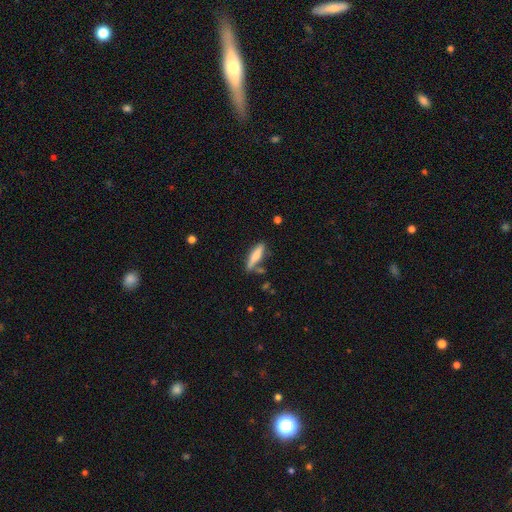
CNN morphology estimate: A smooth galaxy with no disk features (69%) that is cigar-shaped (74%).

Vote fractions:
- Smooth or featured? smooth: 69% / featured or disk: 24% / star or artifact: 7%
- How rounded? cigar-shaped: 74% / in between: 24% / round: 2%
- Merging? none: 69% / minor disturbance: 18% / merger: 9% / major disturbance: 5%